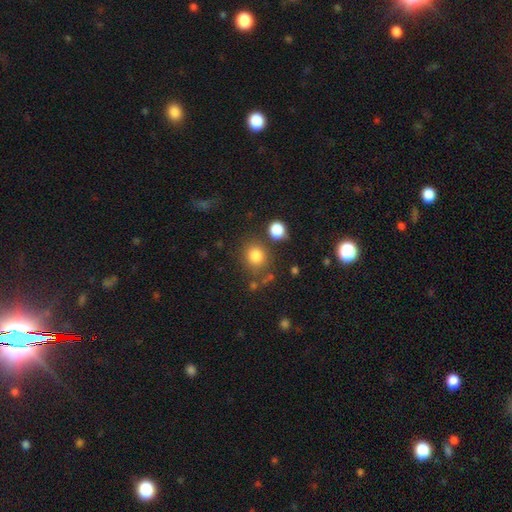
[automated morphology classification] type=smooth (82%); roundness=round (79%); merging=none (74%).